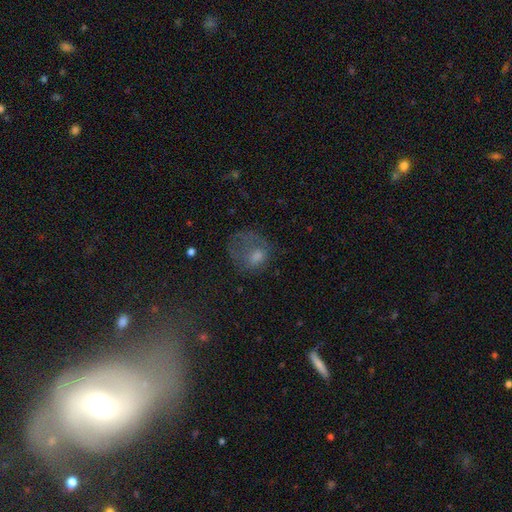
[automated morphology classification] The model was most divided on "how rounded": round: 51%, in between: 47%, cigar-shaped: 1%. Remaining: smooth or featured — smooth (57%); merging — major disturbance (44%).